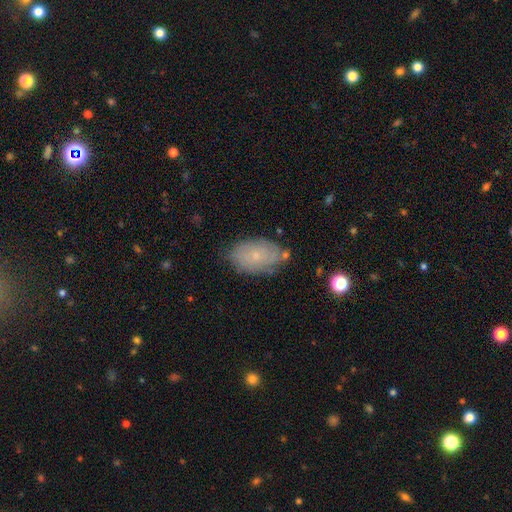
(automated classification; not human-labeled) Smooth or featured? Predicted: smooth (p=0.61). How rounded? Predicted: in between (p=0.91). Merging? Predicted: none (p=0.72).